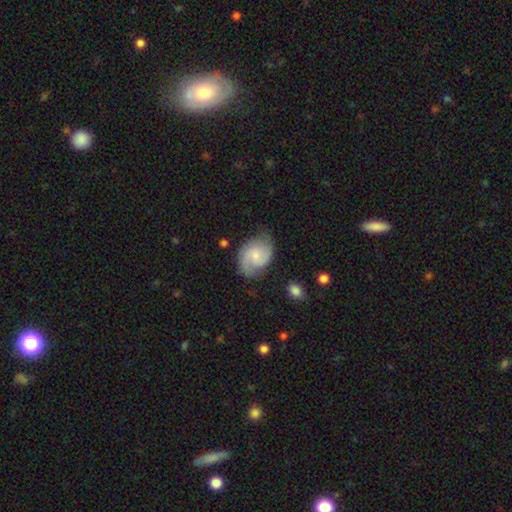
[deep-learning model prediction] Smooth or featured? featured or disk (74%)
Edge-on disk? no (98%)
Bar? no (59%)
Spiral arms? yes (95%)
Spiral winding? medium (50%)
Spiral arm count? 2 (84%)
Bulge size? small (61%)
Merging? none (70%)